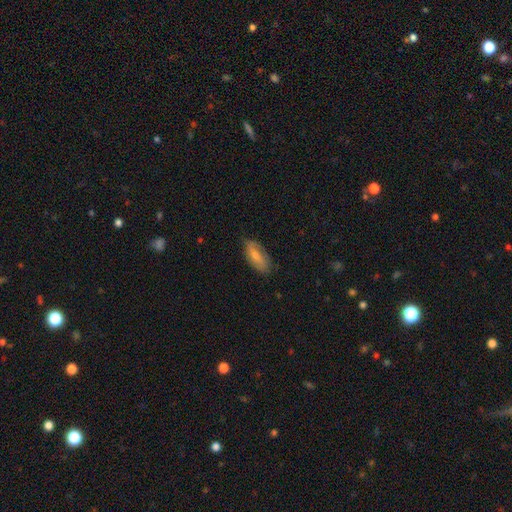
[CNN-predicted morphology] Overall: smooth (69%). How rounded: in between (85%). Merging: none (73%).